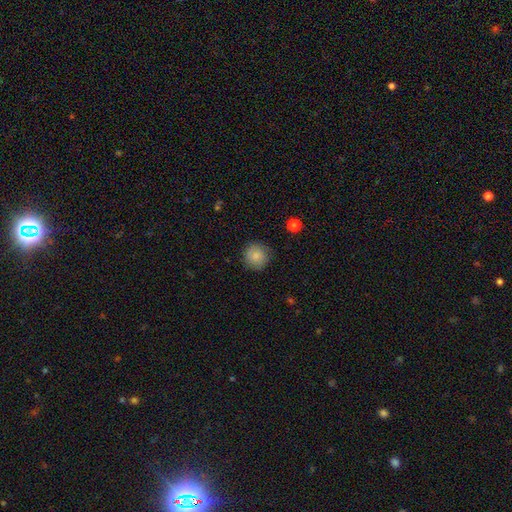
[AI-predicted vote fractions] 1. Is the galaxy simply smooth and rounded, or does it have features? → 83% smooth, 9% star or artifact, 8% featured or disk.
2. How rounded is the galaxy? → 92% round, 7% in between, 1% cigar-shaped.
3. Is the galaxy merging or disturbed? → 83% none, 13% minor disturbance, 3% major disturbance, 1% merger.